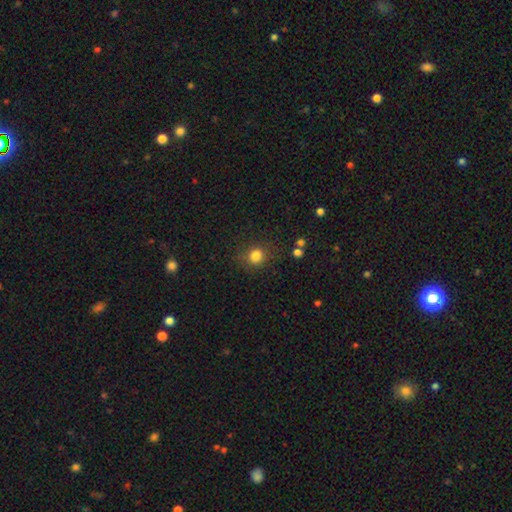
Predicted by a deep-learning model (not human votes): smooth-or-featured: smooth: 83% | star or artifact: 12% | featured or disk: 6%
  how-rounded: round: 77% | in between: 22% | cigar-shaped: 1%
  merging: none: 79% | minor disturbance: 13% | major disturbance: 5% | merger: 3%